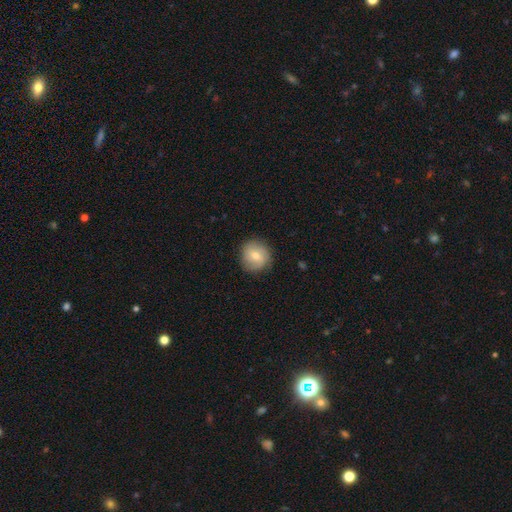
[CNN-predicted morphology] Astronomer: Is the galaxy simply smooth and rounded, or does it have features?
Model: smooth — 69%.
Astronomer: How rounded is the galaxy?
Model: round — 91%.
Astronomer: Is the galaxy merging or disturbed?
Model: none — 84%.